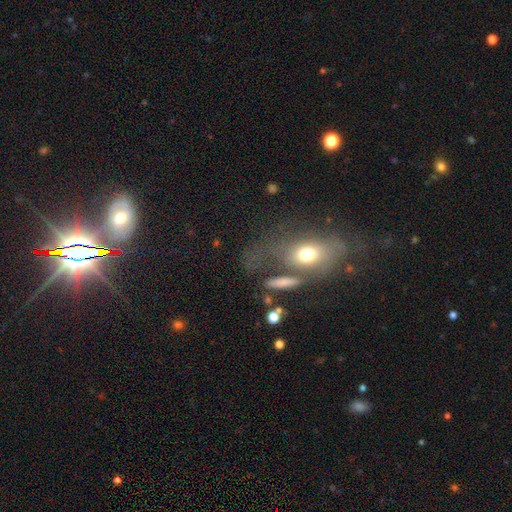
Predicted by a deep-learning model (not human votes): Smooth or featured? Predicted: smooth (p=0.42). Merging? Predicted: none (p=0.35).